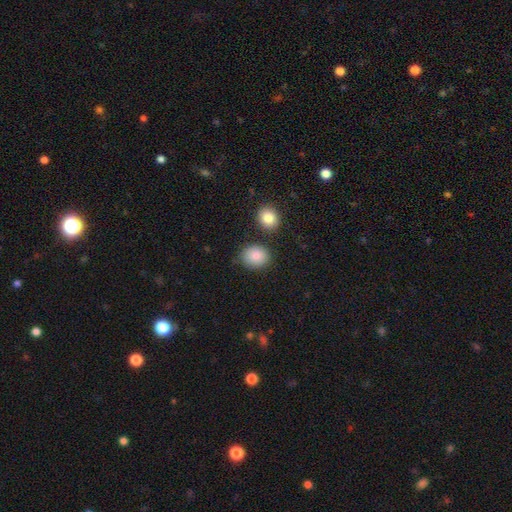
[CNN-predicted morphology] Q: Smooth or featured?
A: smooth (86%); runner-up: star or artifact (8%)
Q: How rounded?
A: round (66%); runner-up: in between (33%)
Q: Merging?
A: none (79%); runner-up: minor disturbance (11%)